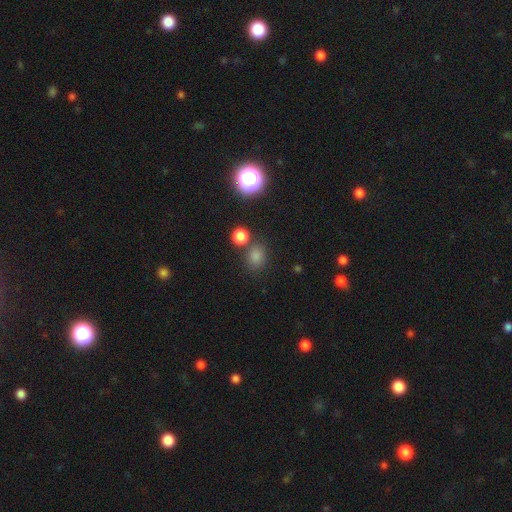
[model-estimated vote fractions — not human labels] Smooth or featured? smooth (72%)
How rounded? round (67%)
Merging? none (78%)